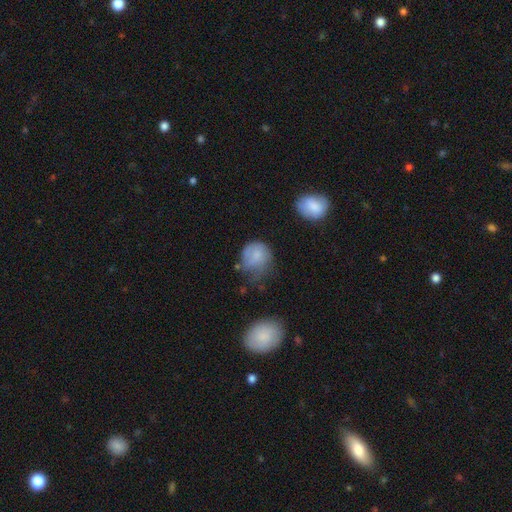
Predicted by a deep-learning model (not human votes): Smooth or featured?
  - smooth: 70% *
  - featured or disk: 21%
  - star or artifact: 9%
How rounded?
  - round: 71% *
  - in between: 28%
  - cigar-shaped: 1%
Merging?
  - none: 35% *
  - minor disturbance: 34%
  - major disturbance: 26%
  - merger: 5%